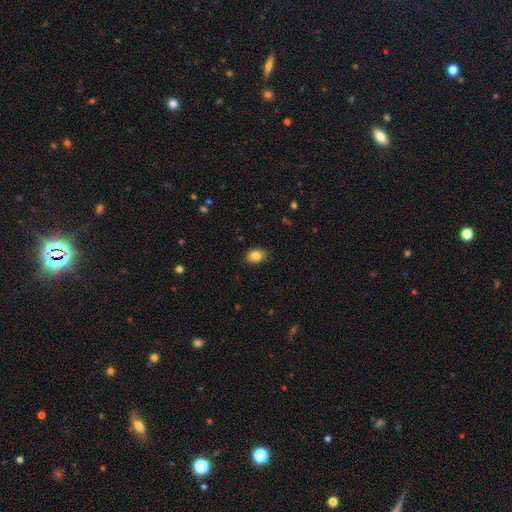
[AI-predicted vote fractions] Smooth or featured? Predicted: smooth (p=0.83). How rounded? Predicted: in between (p=0.75). Merging? Predicted: none (p=0.88).